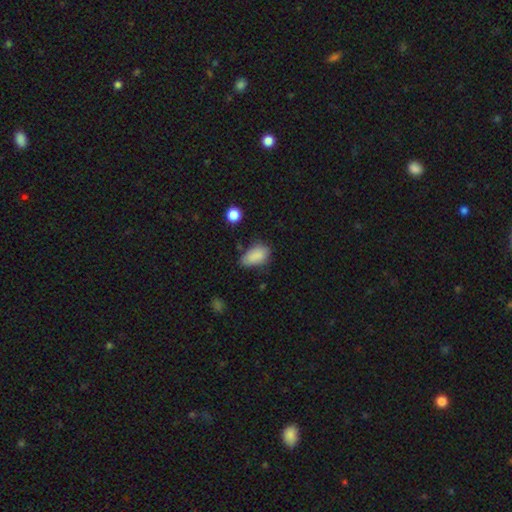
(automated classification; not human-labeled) The model was most divided on "merging": none: 56%, minor disturbance: 33%, major disturbance: 8%, merger: 3%. More confident: how rounded — in between (90%); smooth or featured — smooth (85%).